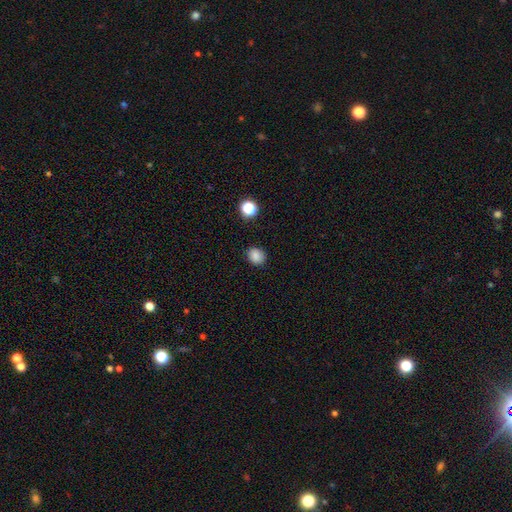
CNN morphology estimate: Smooth or featured: smooth — 85% (star or artifact — 12%)
How rounded: round — 60% (in between — 39%)
Merging: none — 86% (minor disturbance — 10%)